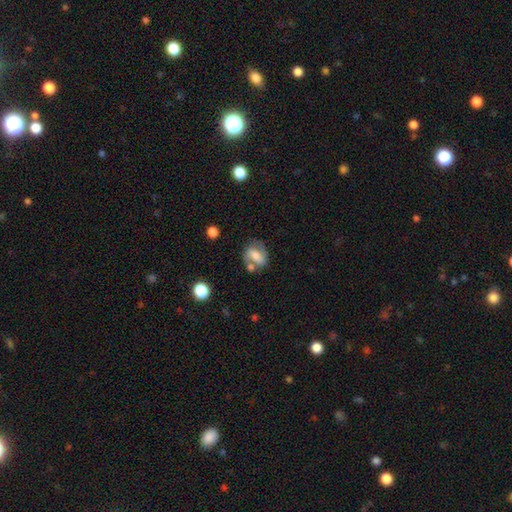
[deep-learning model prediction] smooth_or_featured: featured or disk (p=0.47) [alt: smooth p=0.44]
merging: none (p=0.49) [alt: minor disturbance p=0.20]